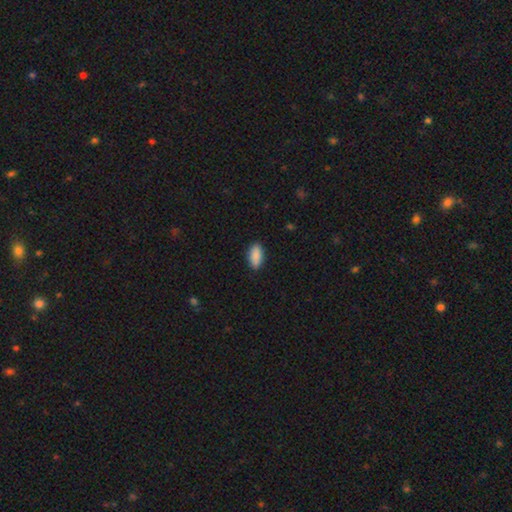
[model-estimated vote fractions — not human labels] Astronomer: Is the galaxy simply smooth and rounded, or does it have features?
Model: smooth — 90%.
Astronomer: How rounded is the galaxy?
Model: in between — 92%.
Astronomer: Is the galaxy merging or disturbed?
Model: none — 88%.